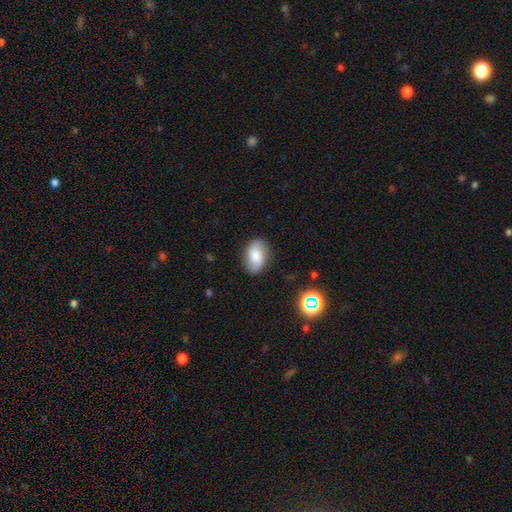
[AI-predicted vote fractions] smooth-or-featured: smooth: 73% | featured or disk: 18% | star or artifact: 9%
  how-rounded: in between: 89% | round: 9% | cigar-shaped: 1%
  merging: none: 82% | minor disturbance: 13% | major disturbance: 3% | merger: 1%